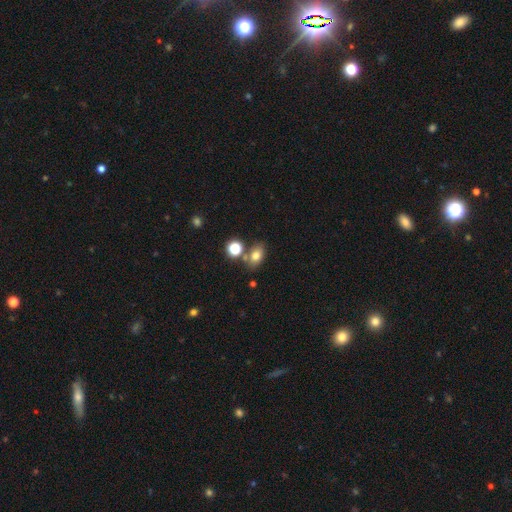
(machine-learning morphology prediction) Smooth or featured? smooth (75%)
How rounded? in between (73%)
Merging? none (67%)